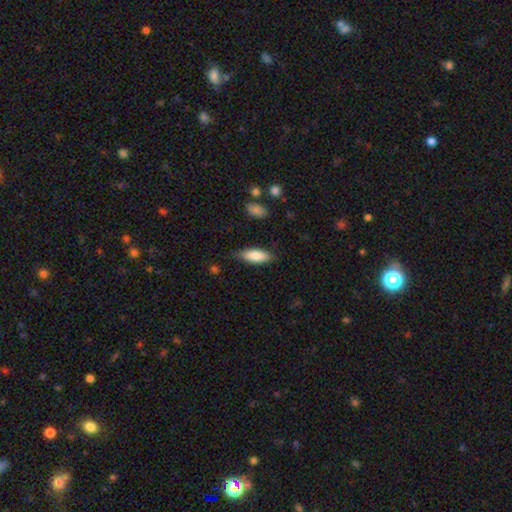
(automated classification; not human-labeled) smooth_or_featured: smooth (p=0.83) [alt: featured or disk p=0.11]
how_rounded: in between (p=0.68) [alt: cigar-shaped p=0.31]
merging: none (p=0.79) [alt: minor disturbance p=0.16]